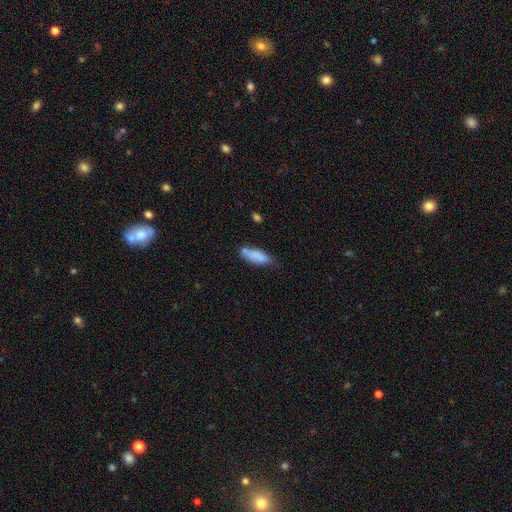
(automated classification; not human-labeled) A smooth galaxy with no disk features (78%) that is in between round and cigar-shaped (61%).

Vote fractions:
- Smooth or featured? smooth: 78% / featured or disk: 14% / star or artifact: 7%
- How rounded? in between: 61% / cigar-shaped: 37% / round: 2%
- Merging? none: 51% / minor disturbance: 29% / merger: 13% / major disturbance: 7%